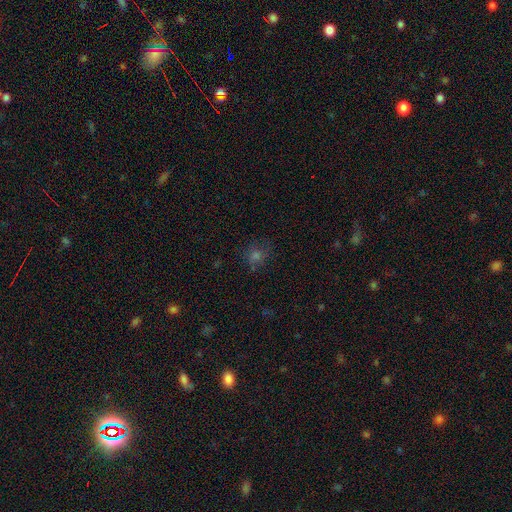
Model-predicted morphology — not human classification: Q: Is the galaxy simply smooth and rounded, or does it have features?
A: smooth — 49%.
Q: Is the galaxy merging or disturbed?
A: none — 75%.